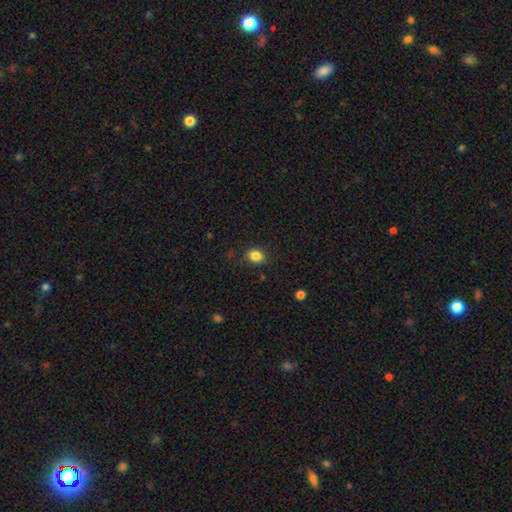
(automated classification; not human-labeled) This appears to be a smooth galaxy with no disk features (85%) that is in between round and cigar-shaped (56%). Merging: none (85%).